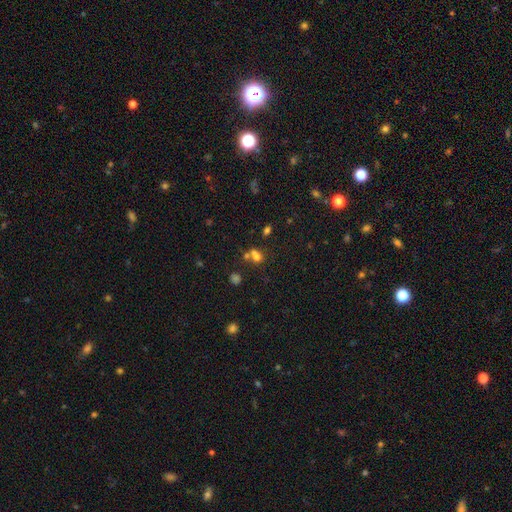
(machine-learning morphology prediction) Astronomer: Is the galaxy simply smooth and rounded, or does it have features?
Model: smooth — 63%.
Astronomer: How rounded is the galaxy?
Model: round — 58% (runner-up: in between, 40%).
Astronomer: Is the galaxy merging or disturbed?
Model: merger — 45% (runner-up: none, 41%).